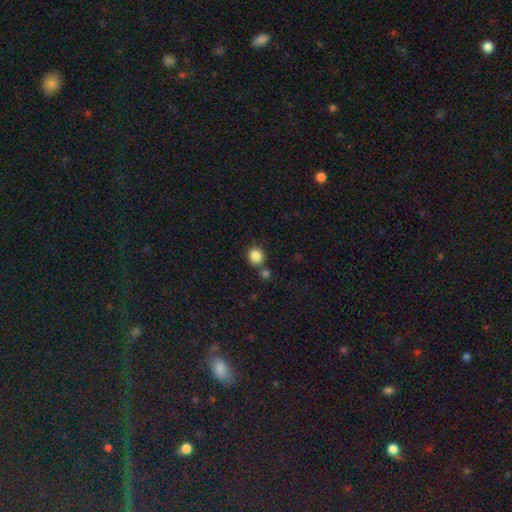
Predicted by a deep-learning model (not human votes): Smooth or featured?
  - smooth: 86% *
  - star or artifact: 10%
  - featured or disk: 4%
How rounded?
  - round: 91% *
  - in between: 8%
  - cigar-shaped: 1%
Merging?
  - none: 74% *
  - merger: 15%
  - minor disturbance: 8%
  - major disturbance: 2%